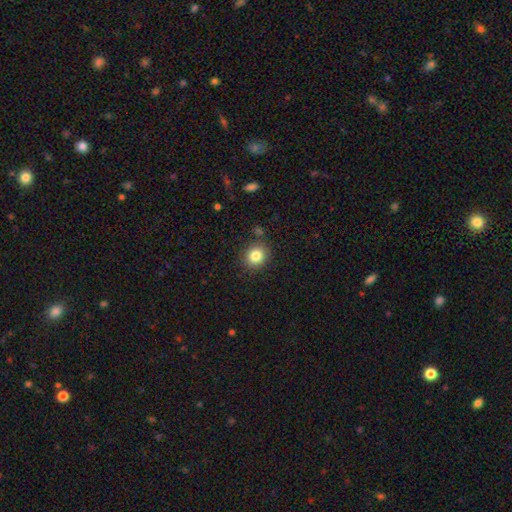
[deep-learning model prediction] Morphology: type=smooth (83%); roundness=round (80%); merging=none (87%).